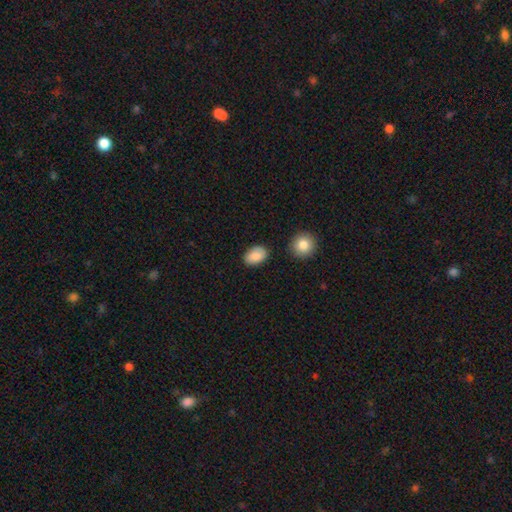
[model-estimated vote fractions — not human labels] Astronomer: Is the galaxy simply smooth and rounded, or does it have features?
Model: smooth — 87%.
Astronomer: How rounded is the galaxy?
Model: in between — 87%.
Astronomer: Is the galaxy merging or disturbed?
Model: none — 81%.